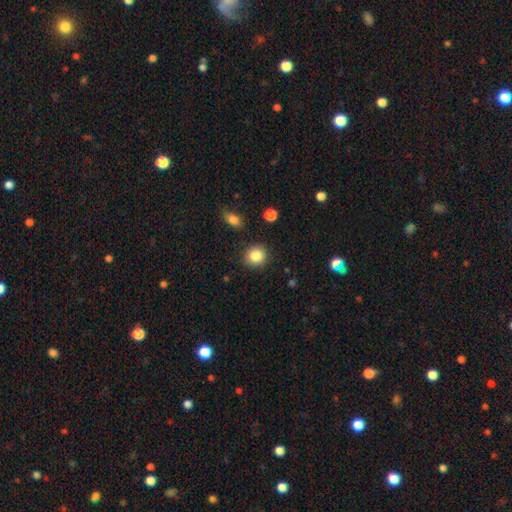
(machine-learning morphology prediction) smooth_or_featured: smooth (p=0.85) [alt: star or artifact p=0.10]
how_rounded: round (p=0.85) [alt: in between p=0.14]
merging: none (p=0.88) [alt: minor disturbance p=0.08]